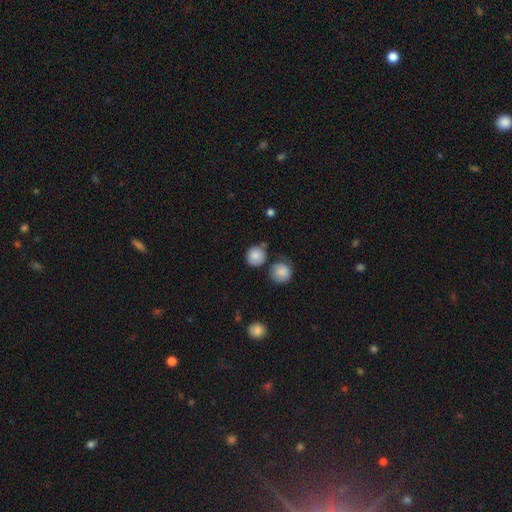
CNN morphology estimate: A smooth galaxy with no disk features (84%) that is round (89%). Merging: none (71%).